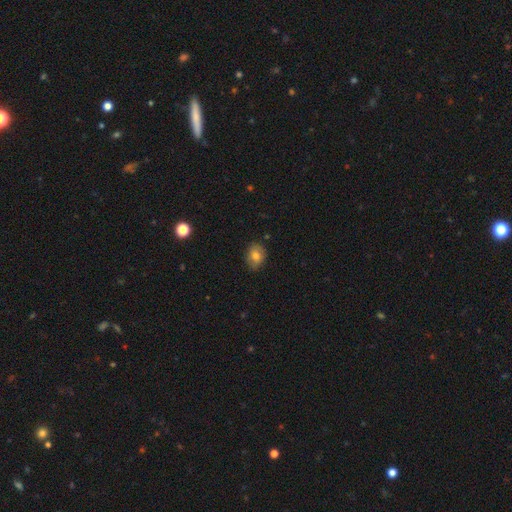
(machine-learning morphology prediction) type=smooth (75%); roundness=in between (57%); merging=none (79%).